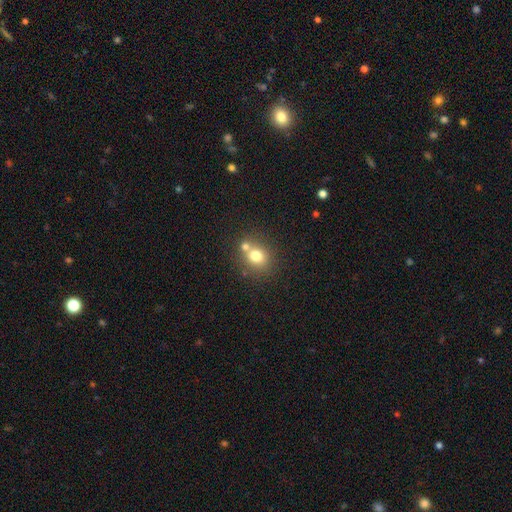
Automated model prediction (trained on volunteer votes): Smooth or featured? smooth (75%)
How rounded? round (73%)
Merging? none (51%)